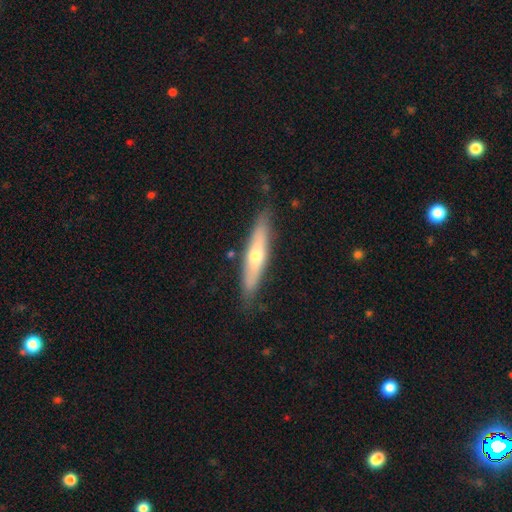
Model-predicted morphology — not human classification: Smooth or featured? smooth (48%)
Merging? none (84%)